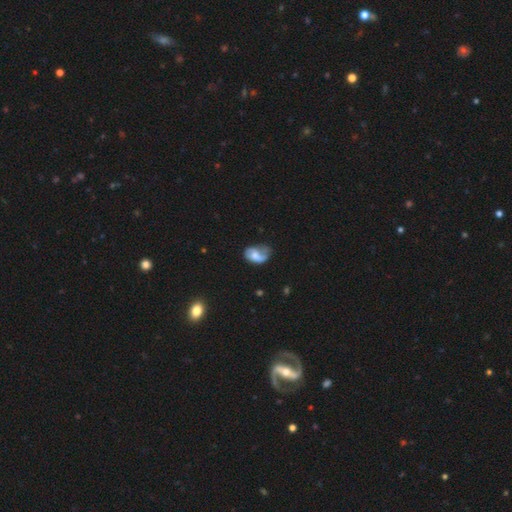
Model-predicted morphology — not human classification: smooth-or-featured: smooth: 47% | featured or disk: 45% | star or artifact: 8%
  merging: minor disturbance: 33% | none: 32% | major disturbance: 30% | merger: 5%